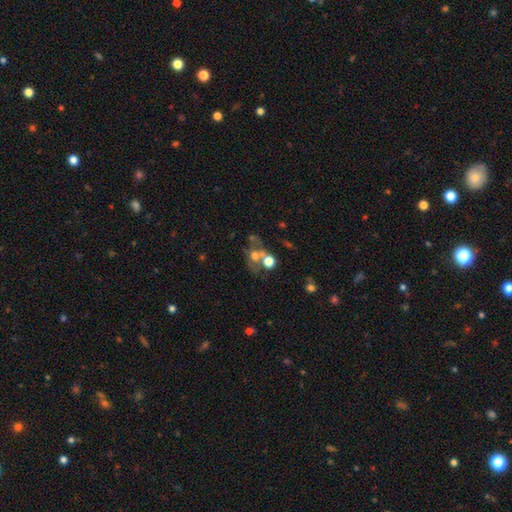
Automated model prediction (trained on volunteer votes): A smooth galaxy with no disk features (47%). Merging: merger (43%).